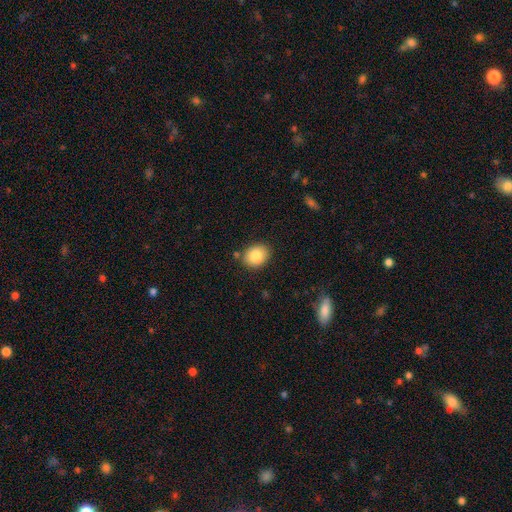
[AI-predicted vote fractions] A smooth galaxy with no disk features (84%) that is in between round and cigar-shaped (51%).

Vote fractions:
- Smooth or featured? smooth: 84% / star or artifact: 8% / featured or disk: 8%
- How rounded? in between: 51% / round: 48% / cigar-shaped: 1%
- Merging? none: 84% / minor disturbance: 11% / merger: 3% / major disturbance: 3%